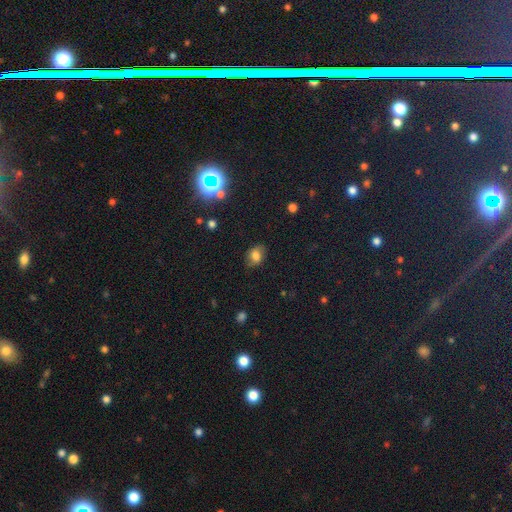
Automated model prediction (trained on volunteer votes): smooth 71%, featured or disk 15%, star or artifact 13%. Down the decision tree: how rounded — in between (67%); merging — none (77%).